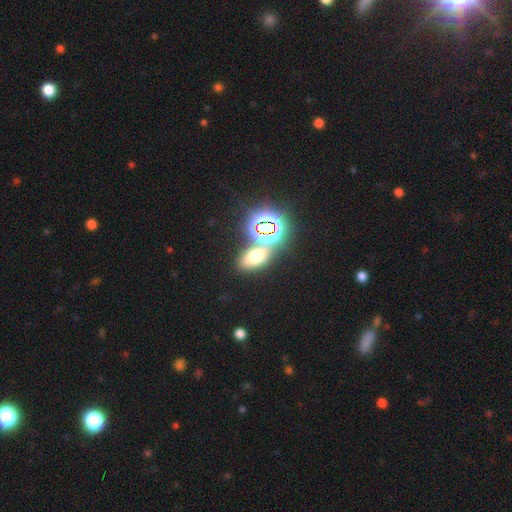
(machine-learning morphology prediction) Smooth or featured? Predicted: smooth (p=0.48). Merging? Predicted: none (p=0.62).